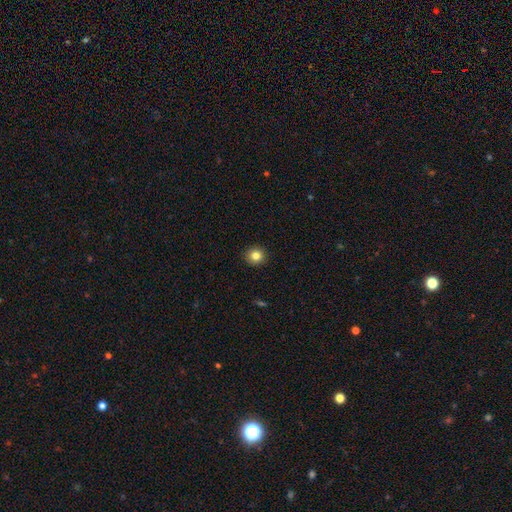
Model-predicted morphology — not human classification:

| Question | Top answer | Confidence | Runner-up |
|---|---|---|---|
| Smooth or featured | smooth | 82% | star or artifact (11%) |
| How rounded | round | 90% | in between (9%) |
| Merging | none | 92% | minor disturbance (5%) |